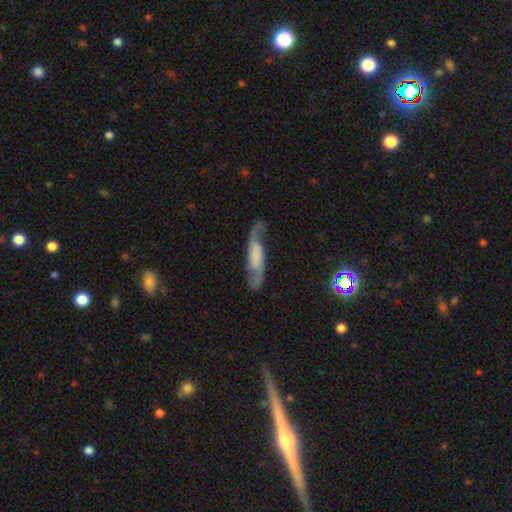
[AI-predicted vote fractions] This is likely a featured or disk galaxy (77%). It is clearly not viewed edge-on (81%). Bar: possibly no (48%). Spiral arm pattern: clearly yes (95%). Spiral arm count: clearly 2 (91%). Spiral winding: possibly loose (56%). Central bulge: marginally none (45%). Merging: likely none (73%).